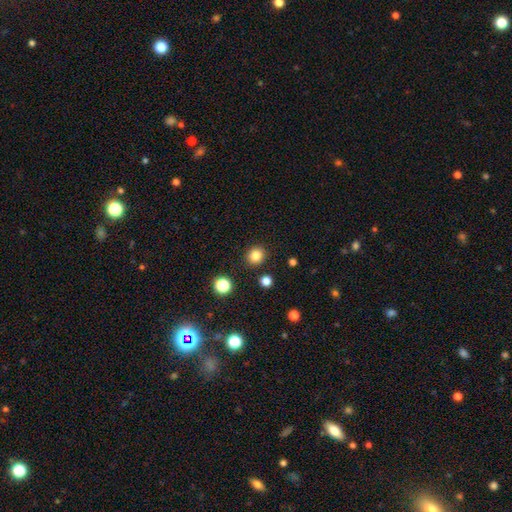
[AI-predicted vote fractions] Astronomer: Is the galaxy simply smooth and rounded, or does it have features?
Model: smooth — 83%.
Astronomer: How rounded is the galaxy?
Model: round — 87%.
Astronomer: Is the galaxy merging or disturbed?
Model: none — 89%.